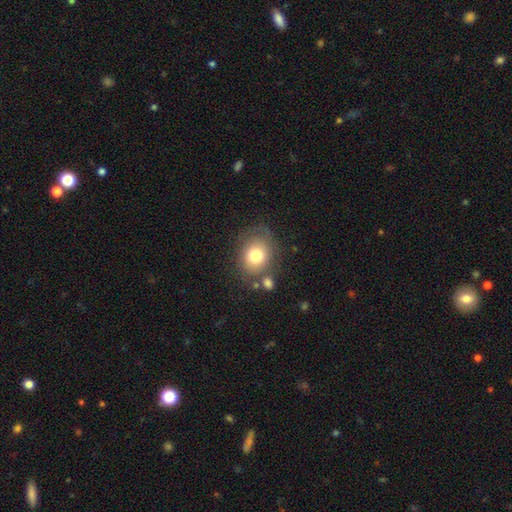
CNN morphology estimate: A smooth galaxy with no disk features (74%) that is round (56%).

Vote fractions:
- Smooth or featured? smooth: 74% / featured or disk: 18% / star or artifact: 9%
- How rounded? round: 56% / in between: 43% / cigar-shaped: 1%
- Merging? none: 62% / minor disturbance: 19% / major disturbance: 9% / merger: 9%